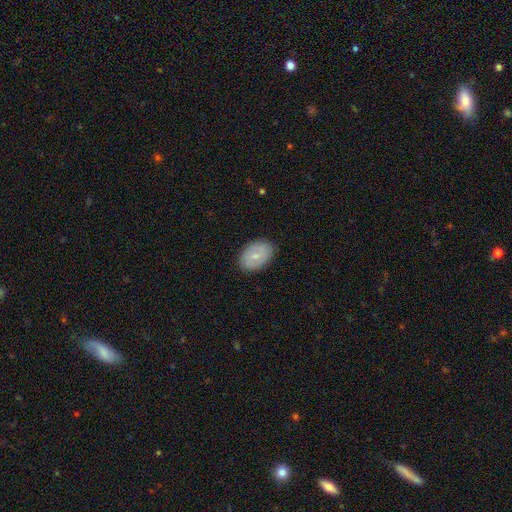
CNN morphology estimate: This appears to be a smooth galaxy with no disk features (67%) that is in between round and cigar-shaped (86%). Merging: none (86%).